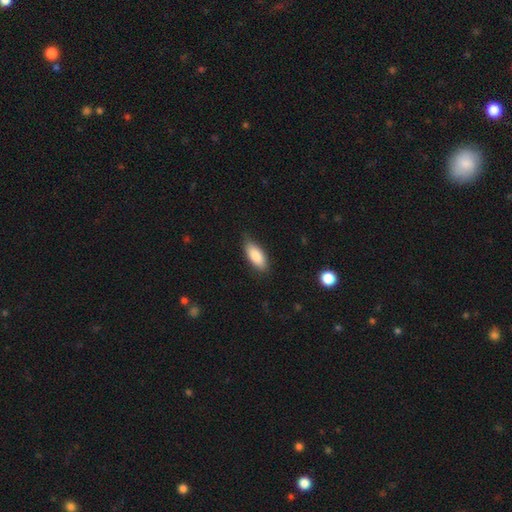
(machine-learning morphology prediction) A smooth galaxy with no disk features (85%) that is in between round and cigar-shaped (83%). Merging: none (77%).